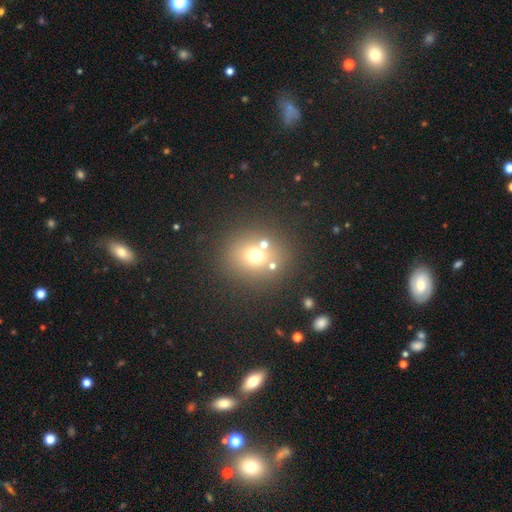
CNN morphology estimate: Smooth or featured? Predicted: smooth (p=0.65). How rounded? Predicted: round (p=0.83). Merging? Predicted: none (p=0.70).